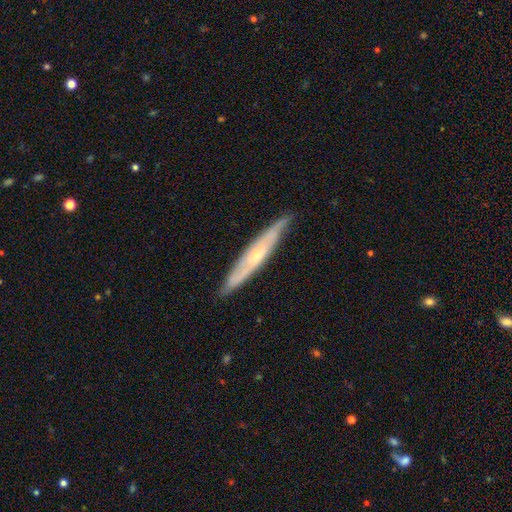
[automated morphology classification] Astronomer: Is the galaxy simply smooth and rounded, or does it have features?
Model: featured or disk — 65%.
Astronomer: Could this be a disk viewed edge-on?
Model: yes — 72%.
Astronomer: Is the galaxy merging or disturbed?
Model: none — 83%.